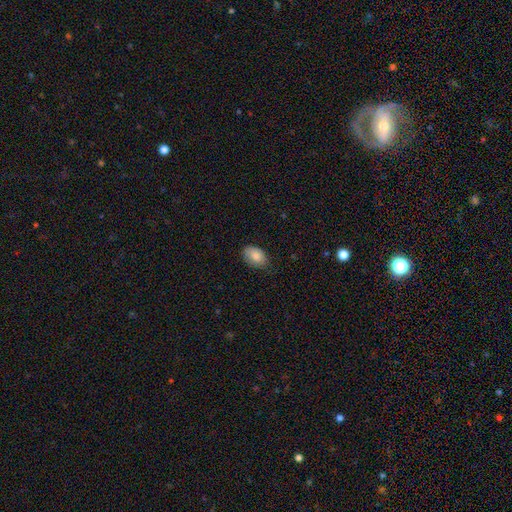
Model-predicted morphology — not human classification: A smooth galaxy with no disk features (83%) that is in between round and cigar-shaped (87%). Merging: none (70%).